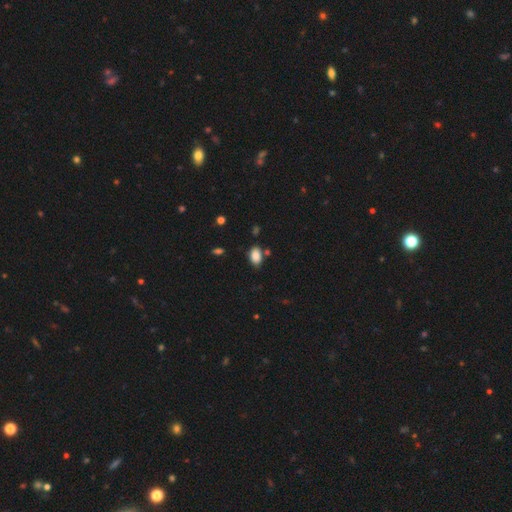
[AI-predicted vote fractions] Overall: smooth (87%). How rounded: in between (89%). Merging: none (76%).